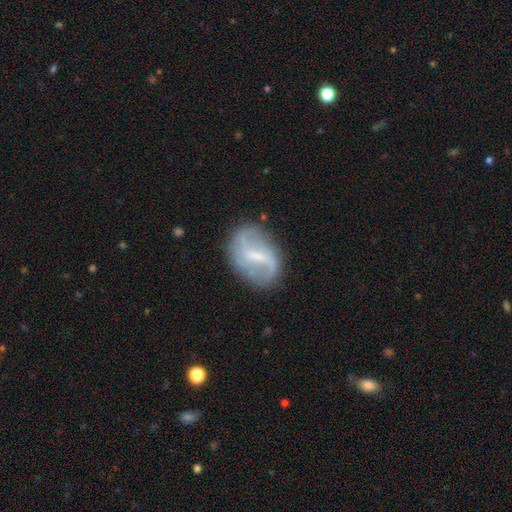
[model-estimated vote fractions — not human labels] A featured or disk galaxy (75%) with a weak bar (50%), 2 (81%) loose (62%) spiral arms (82%) and a small central bulge (48%).

Vote fractions:
- Smooth or featured? featured or disk: 75% / smooth: 18% / star or artifact: 7%
- Edge-on disk? no: 96% / yes: 4%
- Bar? weak: 50% / strong: 37% / no: 13%
- Spiral arms? yes: 82% / no: 18%
- Spiral winding? loose: 62% / medium: 28% / tight: 10%
- Spiral arm count? 2: 81% / can't tell: 9% / 1: 5% / 3: 2% / 4: 1% / more than 4: 1%
- Bulge size? small: 48% / moderate: 25% / none: 24% / large: 2% / dominant: 1%
- Merging? none: 72% / minor disturbance: 18% / major disturbance: 8% / merger: 2%